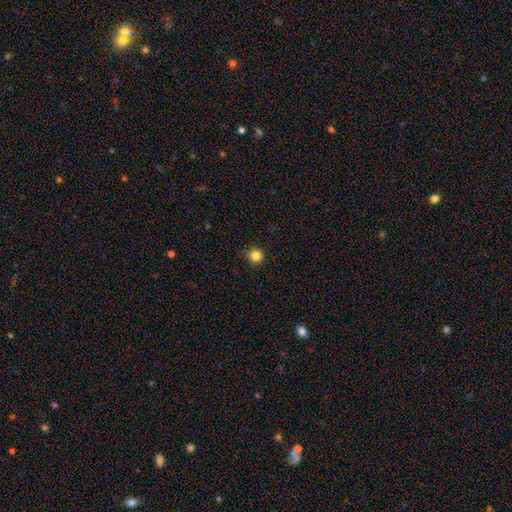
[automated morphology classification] Smooth or featured? smooth (84%)
How rounded? round (96%)
Merging? none (93%)